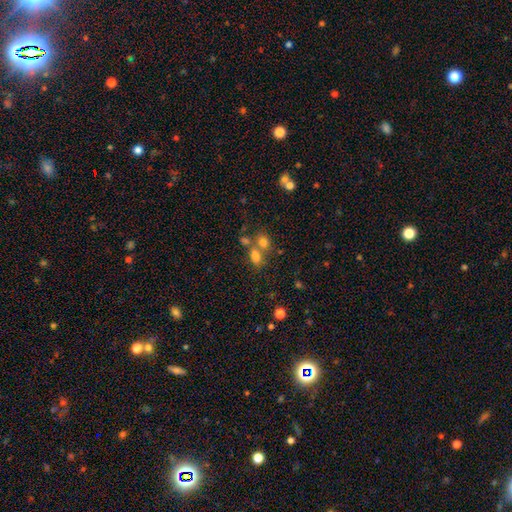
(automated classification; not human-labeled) Smooth or featured?
  - smooth: 75% *
  - star or artifact: 15%
  - featured or disk: 10%
How rounded?
  - in between: 75% *
  - round: 23%
  - cigar-shaped: 3%
Merging?
  - merger: 46% *
  - none: 40%
  - minor disturbance: 9%
  - major disturbance: 5%